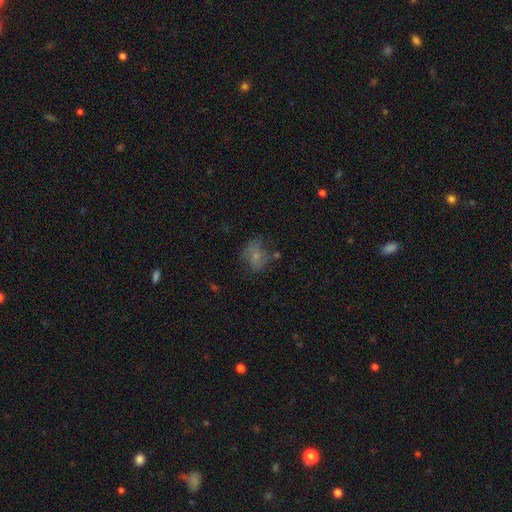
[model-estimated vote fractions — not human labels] smooth 58%, featured or disk 27%, star or artifact 14%. Down the decision tree: how rounded — in between (57%); merging — none (50%).